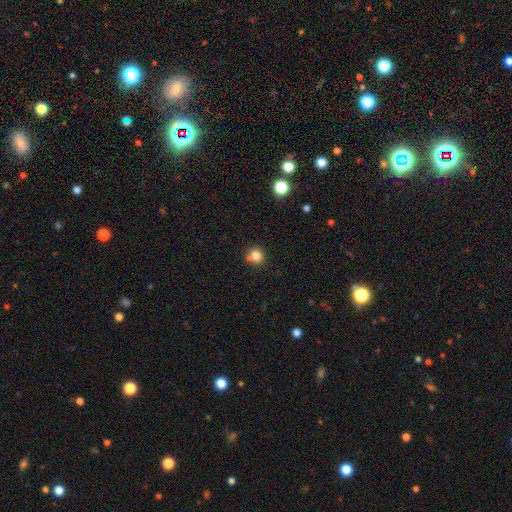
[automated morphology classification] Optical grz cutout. It shows a smooth galaxy with no disk features (81%) that is round (86%). Merging: none (71%).